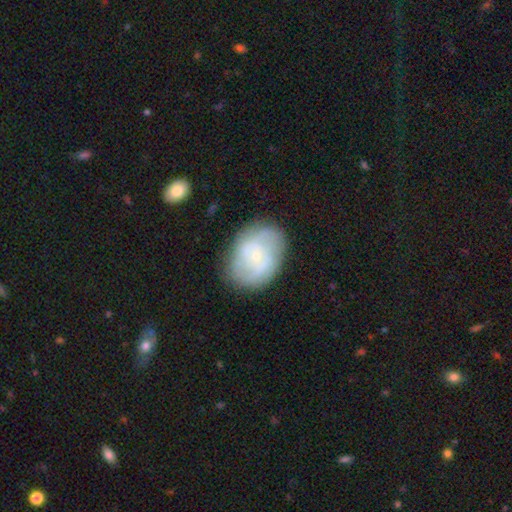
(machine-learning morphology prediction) This appears to be a featured or disk galaxy (60%) with no bar (73%), spiral arms (75%) and a small central bulge (78%). Merging: none (75%).